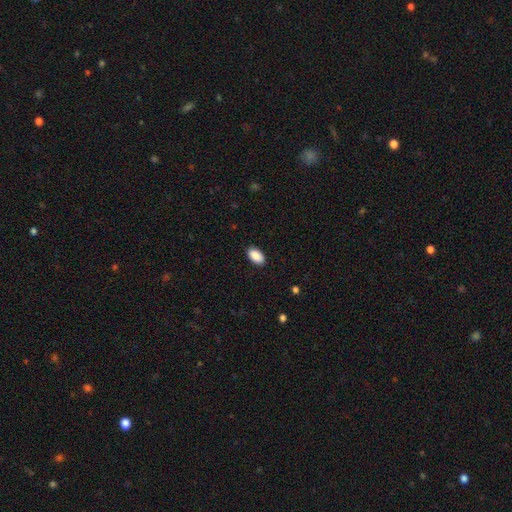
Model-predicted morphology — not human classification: smooth_or_featured: smooth (p=0.90) [alt: star or artifact p=0.07]
how_rounded: in between (p=0.95) [alt: round p=0.04]
merging: none (p=0.89) [alt: minor disturbance p=0.08]